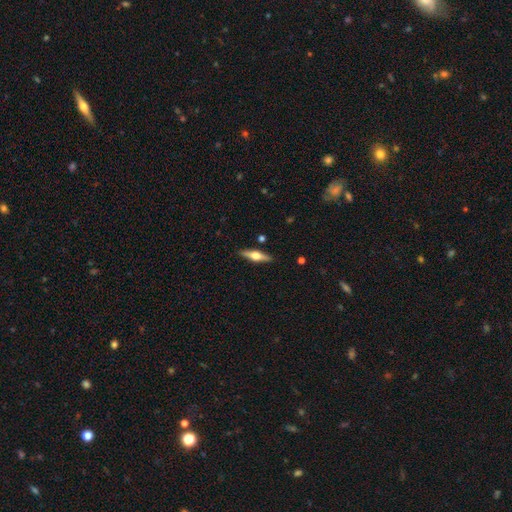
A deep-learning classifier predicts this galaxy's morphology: smooth_or_featured: featured or disk (p=0.62) [alt: smooth p=0.33]
disk_edge_on: yes (p=0.96) [alt: no p=0.04]
edge_on_bulge: rounded (p=0.95) [alt: boxy p=0.03]
merging: none (p=0.90) [alt: minor disturbance p=0.07]